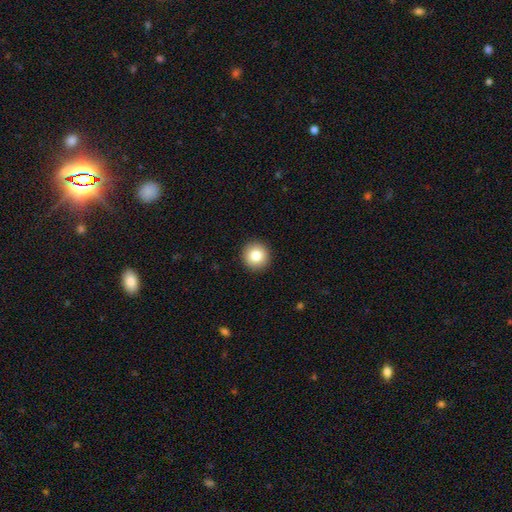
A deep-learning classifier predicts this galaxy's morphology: smooth_or_featured: smooth (p=0.83) [alt: star or artifact p=0.09]
how_rounded: round (p=0.95) [alt: in between p=0.04]
merging: none (p=0.93) [alt: minor disturbance p=0.04]